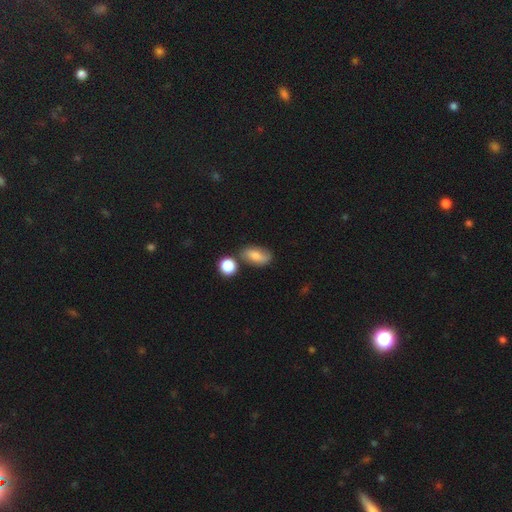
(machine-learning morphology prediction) Smooth or featured? Predicted: smooth (p=0.71). How rounded? Predicted: in between (p=0.84). Merging? Predicted: none (p=0.66).